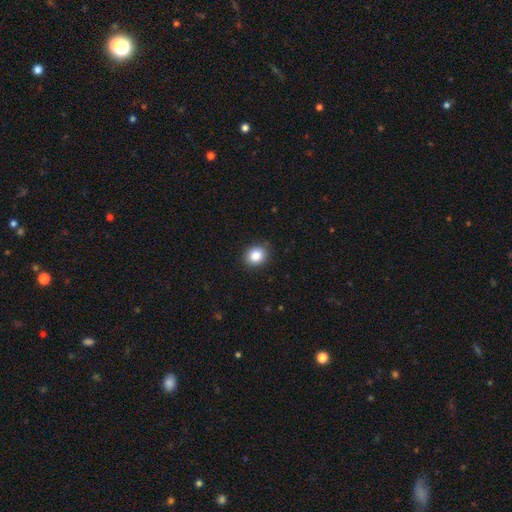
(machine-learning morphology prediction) Smooth or featured? smooth (86%)
How rounded? round (64%)
Merging? none (86%)